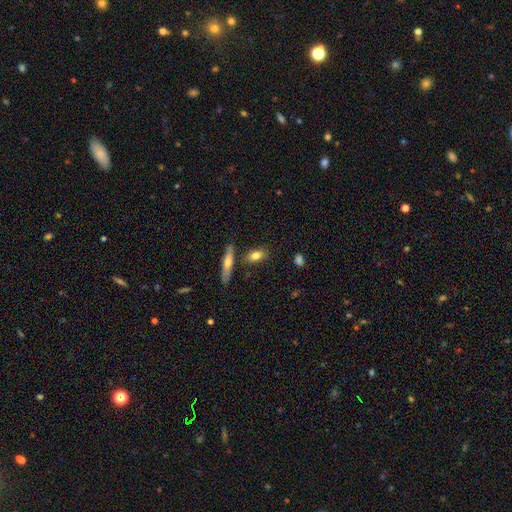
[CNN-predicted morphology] Smooth or featured?
  - smooth: 76% *
  - featured or disk: 17%
  - star or artifact: 7%
How rounded?
  - in between: 71% *
  - cigar-shaped: 20%
  - round: 8%
Merging?
  - none: 74% *
  - minor disturbance: 13%
  - merger: 10%
  - major disturbance: 3%